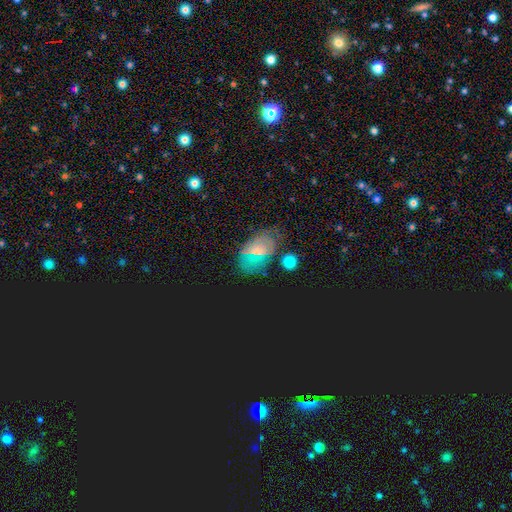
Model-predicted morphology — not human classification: smooth_or_featured: star or artifact (p=0.44) [alt: smooth p=0.28]